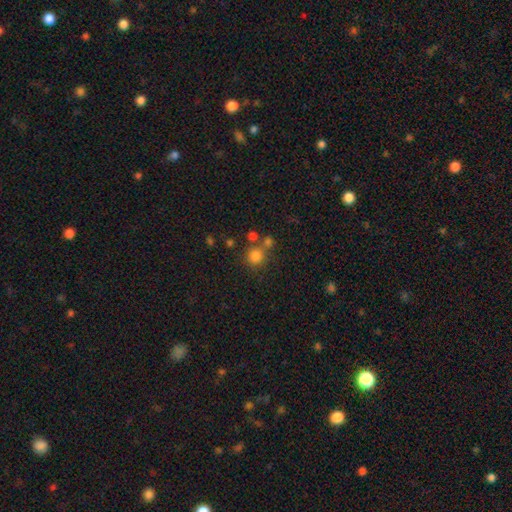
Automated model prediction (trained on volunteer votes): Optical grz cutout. It shows a smooth galaxy with no disk features (78%) that is round (90%). Merging: none (64%).